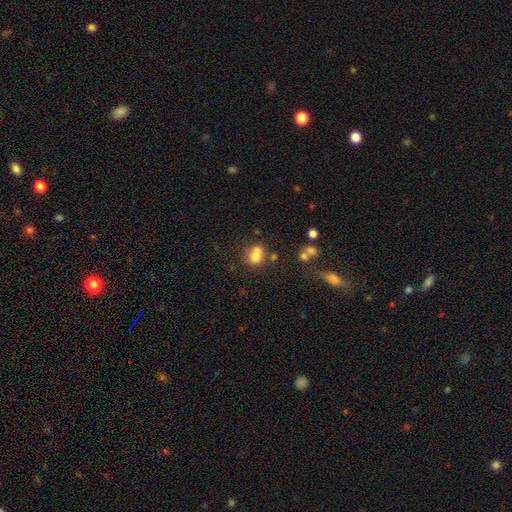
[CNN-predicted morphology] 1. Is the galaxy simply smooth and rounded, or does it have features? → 74% smooth, 14% featured or disk, 12% star or artifact.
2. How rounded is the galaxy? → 54% round, 45% in between, 1% cigar-shaped.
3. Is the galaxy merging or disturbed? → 43% none, 33% merger, 17% minor disturbance, 7% major disturbance.